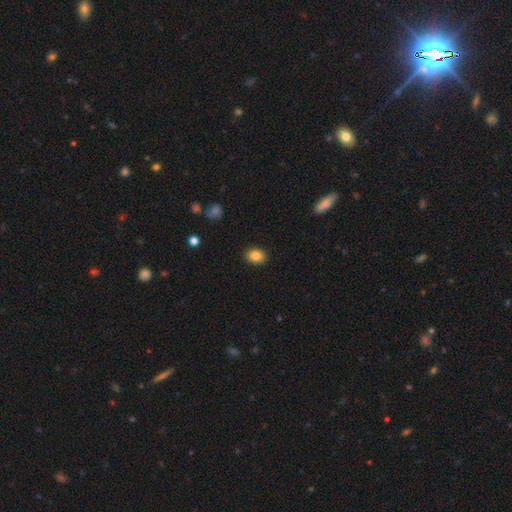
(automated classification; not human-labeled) A smooth galaxy with no disk features (86%) that is in between round and cigar-shaped (64%). Merging: none (89%).